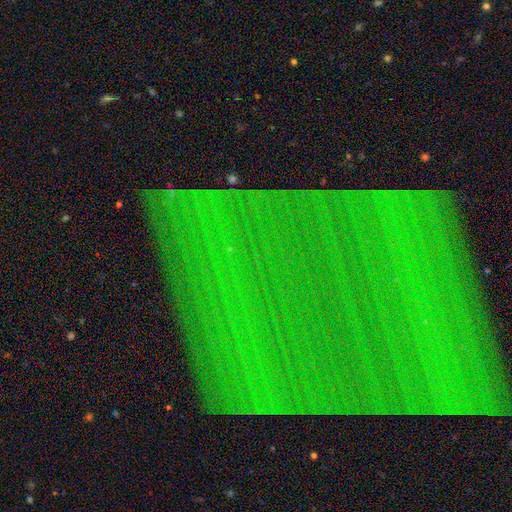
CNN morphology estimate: smooth_or_featured: star or artifact (p=0.85) [alt: featured or disk p=0.08]